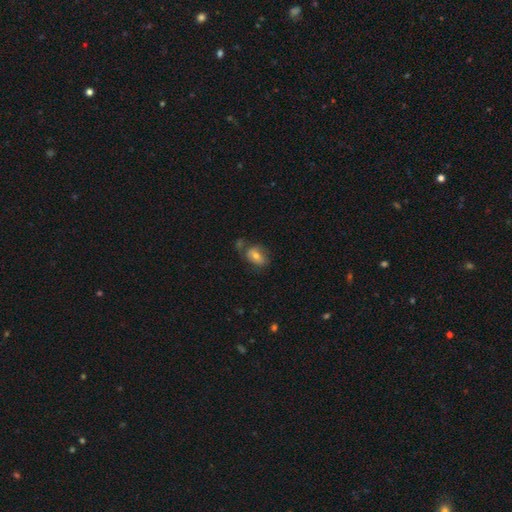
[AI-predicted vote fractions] A smooth galaxy with no disk features (57%) that is in between round and cigar-shaped (81%).

Vote fractions:
- Smooth or featured? smooth: 57% / featured or disk: 33% / star or artifact: 10%
- How rounded? in between: 81% / round: 17% / cigar-shaped: 2%
- Merging? none: 52% / minor disturbance: 22% / merger: 13% / major disturbance: 13%